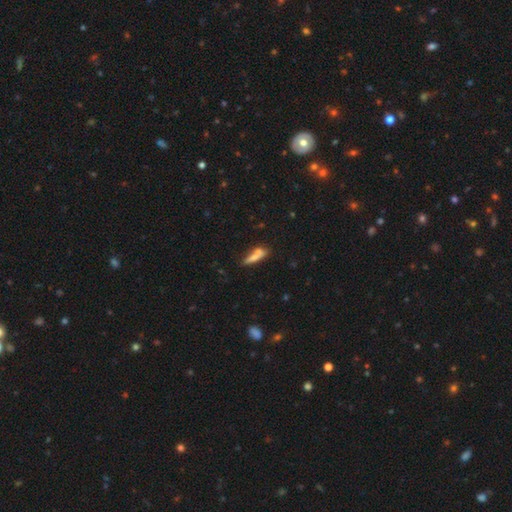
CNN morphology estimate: This appears to be a smooth galaxy with no disk features (67%) that is cigar-shaped (65%). Merging: none (49%).